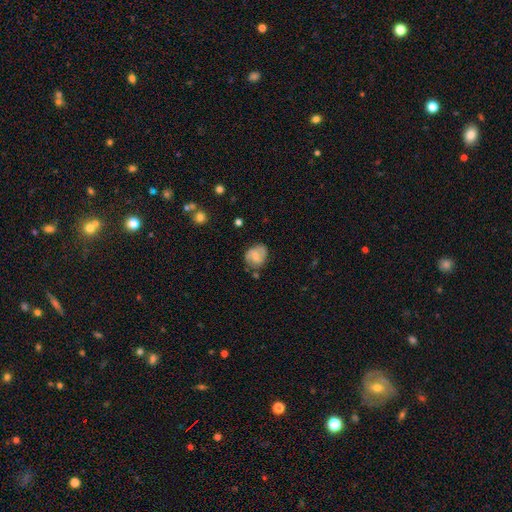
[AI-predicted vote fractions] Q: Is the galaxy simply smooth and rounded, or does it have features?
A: featured or disk — 52%.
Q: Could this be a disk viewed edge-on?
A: no — 97%.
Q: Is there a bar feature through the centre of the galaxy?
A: weak — 48%.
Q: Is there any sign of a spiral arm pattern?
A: yes — 80%.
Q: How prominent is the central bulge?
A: moderate — 50%.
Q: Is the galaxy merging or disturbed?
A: none — 67%.